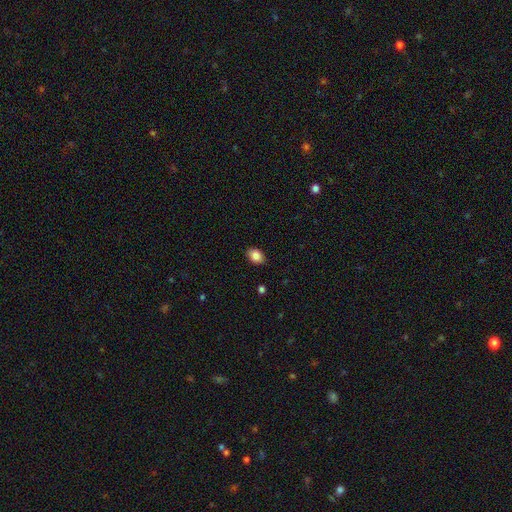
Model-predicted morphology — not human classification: This is clearly a smooth galaxy (86%). How rounded: likely in between (74%). Merging: clearly none (88%).